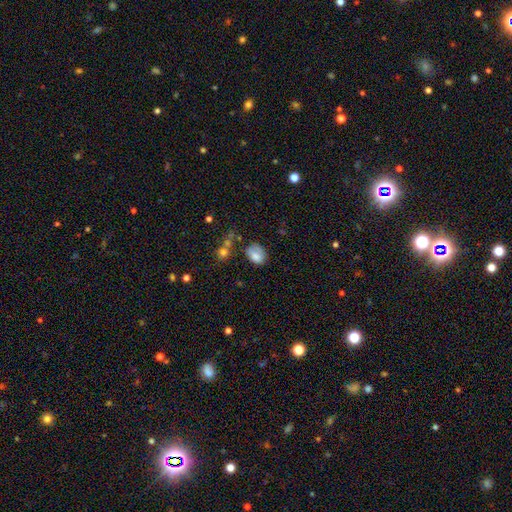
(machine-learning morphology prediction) type=smooth (77%); roundness=in between (68%); merging=none (51%).